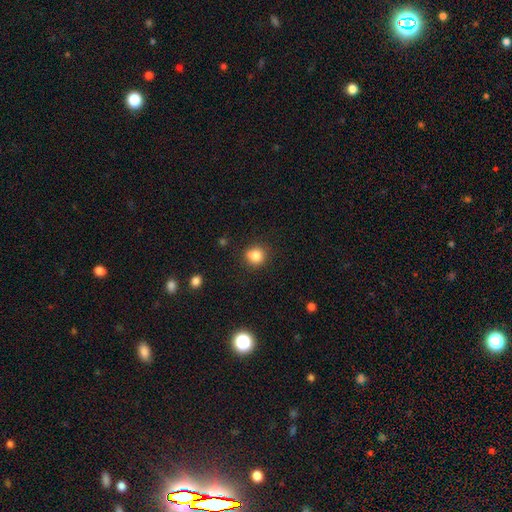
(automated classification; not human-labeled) smooth 82%, star or artifact 11%, featured or disk 6%. Down the decision tree: how rounded — round (87%); merging — none (75%).